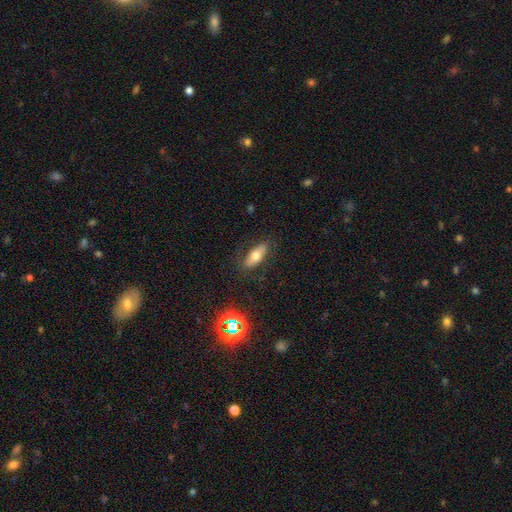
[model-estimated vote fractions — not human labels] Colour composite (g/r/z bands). It shows a smooth galaxy with no disk features (63%) that is in between round and cigar-shaped (74%). Merging: none (81%).